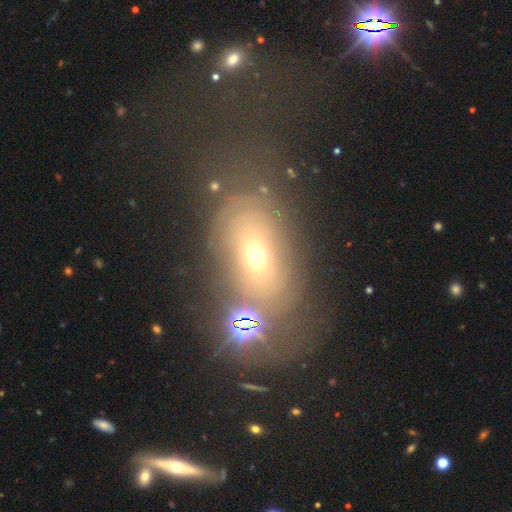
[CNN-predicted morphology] Overall: smooth (49%; featured or disk 28%). Merging: none (51%; major disturbance 18%).